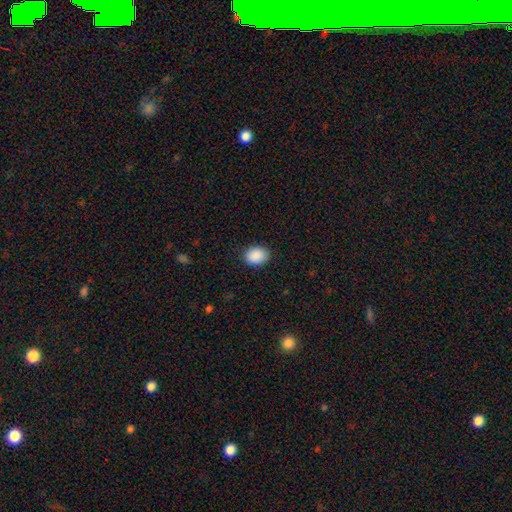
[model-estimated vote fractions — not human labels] smooth-or-featured: smooth: 90% | star or artifact: 7% | featured or disk: 2%
  how-rounded: in between: 63% | round: 36% | cigar-shaped: 1%
  merging: none: 88% | minor disturbance: 9% | major disturbance: 2% | merger: 1%